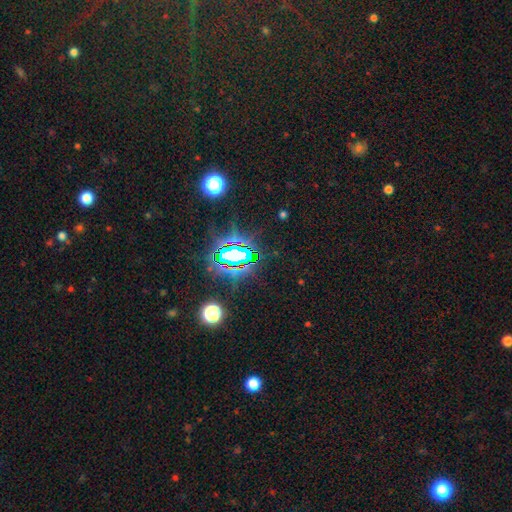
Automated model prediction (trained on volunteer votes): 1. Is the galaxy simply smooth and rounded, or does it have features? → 76% star or artifact, 14% smooth, 10% featured or disk.